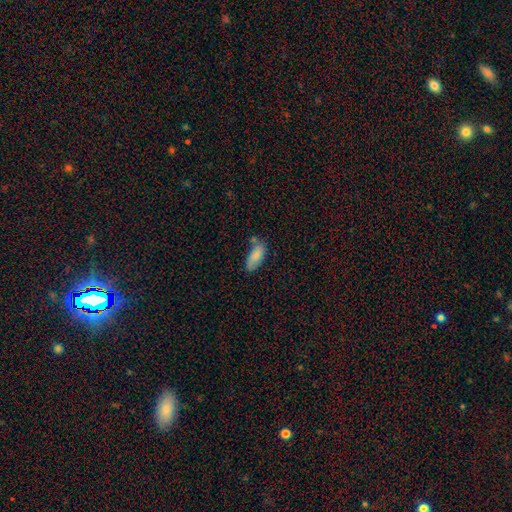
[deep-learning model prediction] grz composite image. It shows a smooth galaxy with no disk features (82%) that is in between round and cigar-shaped (84%). Merging: none (51%).